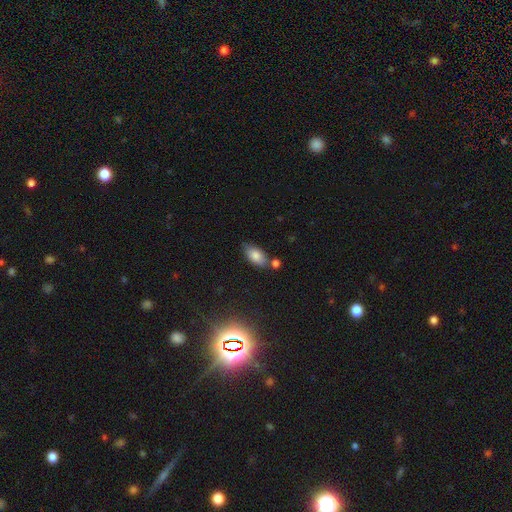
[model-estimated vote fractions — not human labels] A smooth galaxy with no disk features (81%) that is in between round and cigar-shaped (92%). Merging: none (67%).